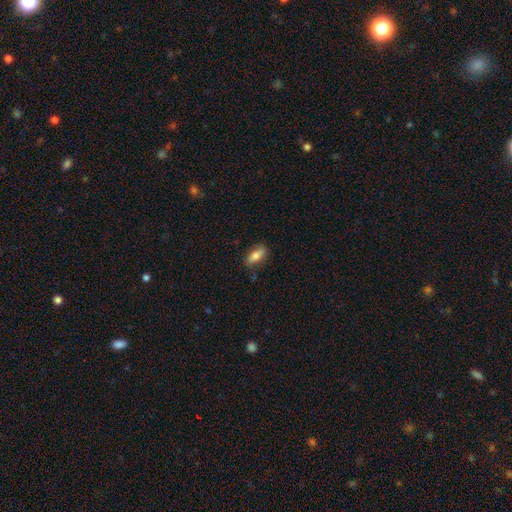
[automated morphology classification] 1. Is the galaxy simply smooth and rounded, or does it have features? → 76% smooth, 17% featured or disk, 7% star or artifact.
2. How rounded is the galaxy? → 83% in between, 13% cigar-shaped, 4% round.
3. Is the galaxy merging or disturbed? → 80% none, 15% minor disturbance, 3% major disturbance, 2% merger.